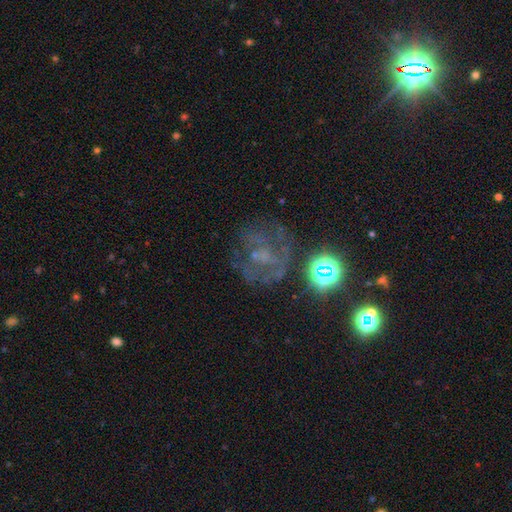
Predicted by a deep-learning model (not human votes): Overall: featured or disk (55%; star or artifact 29%). Edge-on disk: no (96%). Bar: no (49%; weak 38%). Spiral arms: yes (78%). Bulge size: small (63%). Merging: none (71%).